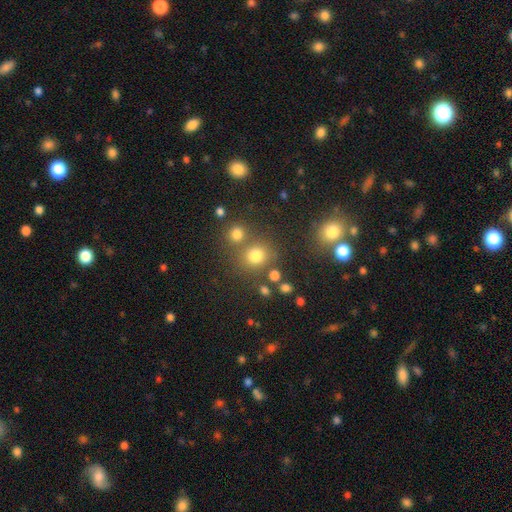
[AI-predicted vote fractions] This is likely a smooth galaxy (75%). How rounded: clearly round (83%). Merging: likely none (65%).